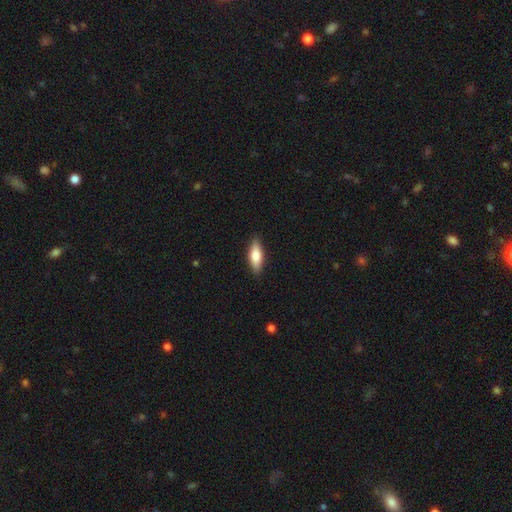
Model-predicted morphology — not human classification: Smooth or featured? Predicted: smooth (p=0.74). How rounded? Predicted: in between (p=0.63). Merging? Predicted: none (p=0.89).